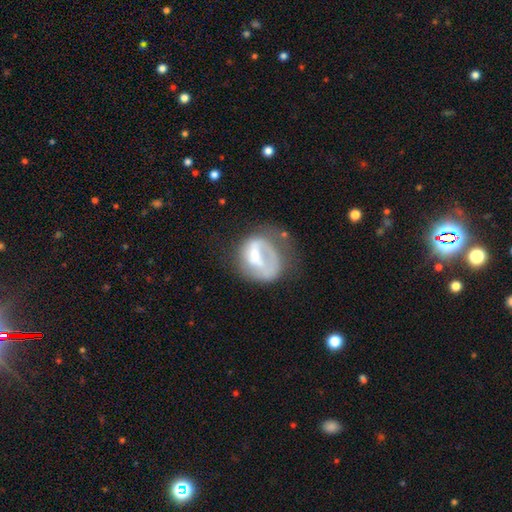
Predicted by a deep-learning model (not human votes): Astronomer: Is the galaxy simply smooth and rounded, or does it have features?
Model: featured or disk — 54% (runner-up: smooth, 38%).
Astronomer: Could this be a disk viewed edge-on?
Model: no — 97%.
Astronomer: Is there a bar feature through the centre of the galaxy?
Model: no — 44% (runner-up: weak, 39%).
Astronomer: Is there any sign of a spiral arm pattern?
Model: no — 54% (runner-up: yes, 46%).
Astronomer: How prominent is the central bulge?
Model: moderate — 41% (runner-up: small, 40%).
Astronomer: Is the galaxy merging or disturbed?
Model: major disturbance — 36%, tied with none at 36%.